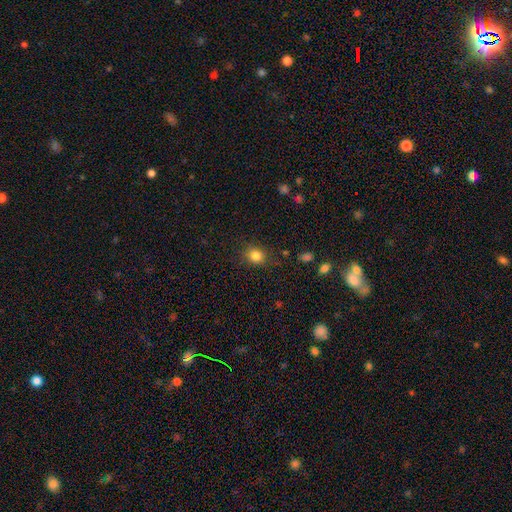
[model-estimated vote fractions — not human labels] Smooth or featured?
  - smooth: 83% *
  - star or artifact: 11%
  - featured or disk: 6%
How rounded?
  - round: 72% *
  - in between: 27%
  - cigar-shaped: 1%
Merging?
  - none: 84% *
  - minor disturbance: 11%
  - major disturbance: 3%
  - merger: 2%